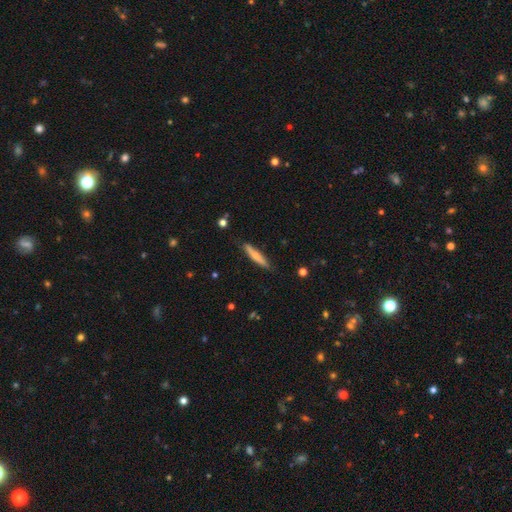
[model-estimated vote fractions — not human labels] smooth_or_featured: smooth (p=0.60) [alt: featured or disk p=0.35]
how_rounded: cigar-shaped (p=0.90) [alt: in between p=0.08]
merging: none (p=0.84) [alt: minor disturbance p=0.13]